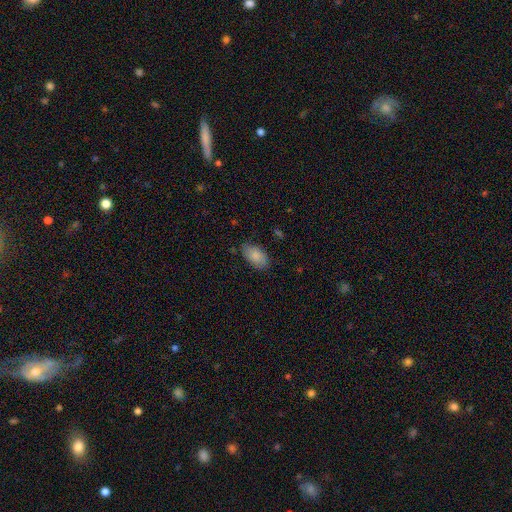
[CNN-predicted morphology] Smooth or featured? Predicted: smooth (p=0.83). How rounded? Predicted: in between (p=0.94). Merging? Predicted: none (p=0.77).